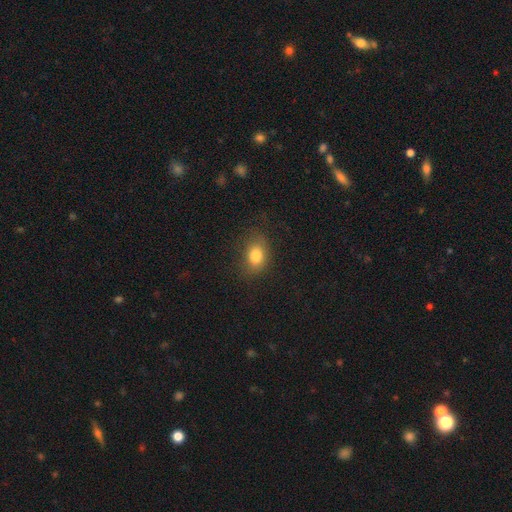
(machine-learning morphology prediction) Smooth or featured? smooth (81%)
How rounded? in between (72%)
Merging? none (74%)